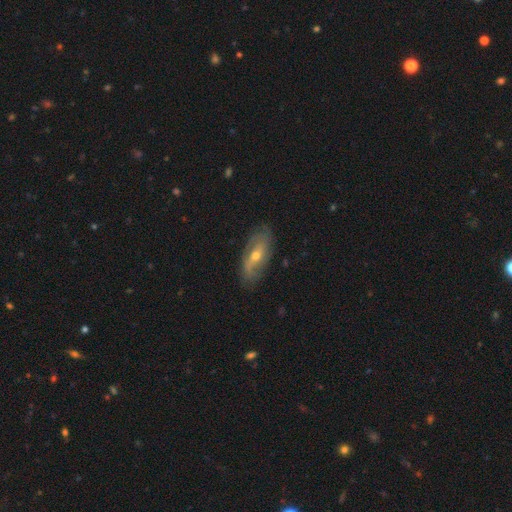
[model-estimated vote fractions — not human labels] This is likely a featured or disk galaxy (71%). It is clearly not viewed edge-on (83%). Bar: marginally no (43%). Spiral arm pattern: clearly yes (81%). Central bulge: possibly moderate (51%). Merging: likely none (79%).